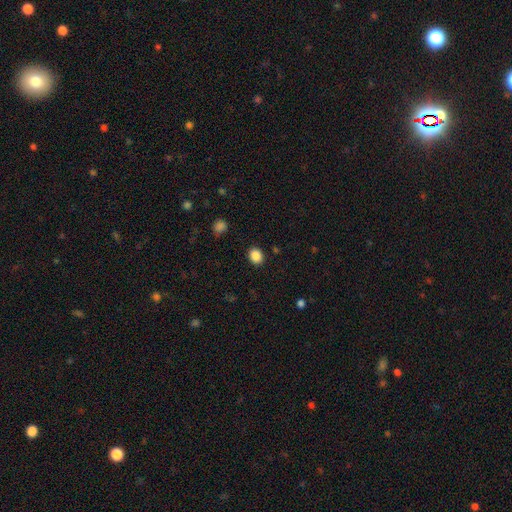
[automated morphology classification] smooth-or-featured: smooth: 87% | star or artifact: 10% | featured or disk: 3%
  how-rounded: round: 57% | in between: 42% | cigar-shaped: 1%
  merging: none: 89% | minor disturbance: 7% | major disturbance: 2% | merger: 1%